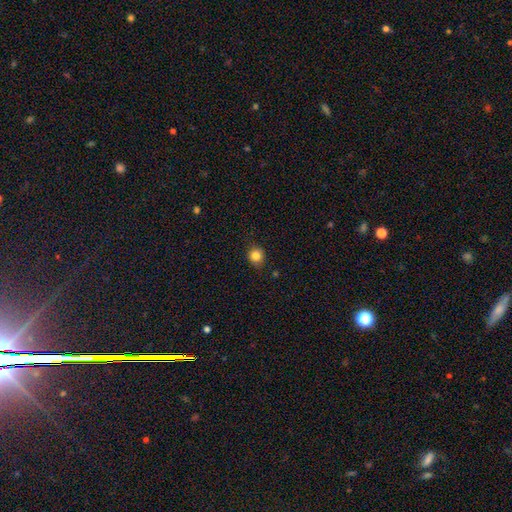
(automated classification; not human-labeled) Q: Smooth or featured?
A: smooth (84%); runner-up: star or artifact (11%)
Q: How rounded?
A: round (86%); runner-up: in between (13%)
Q: Merging?
A: none (85%); runner-up: minor disturbance (11%)